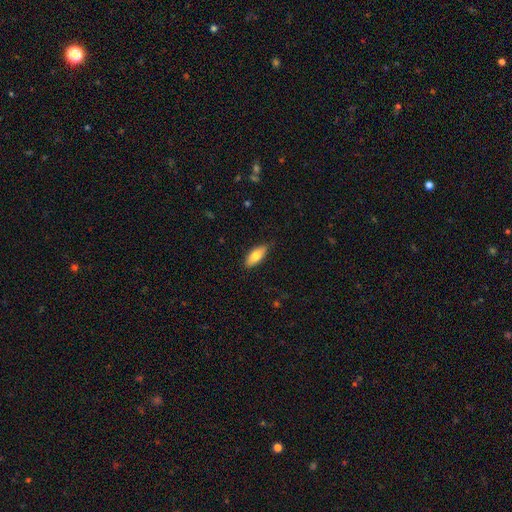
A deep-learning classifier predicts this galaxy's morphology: Smooth or featured? Predicted: smooth (p=0.79). How rounded? Predicted: in between (p=0.81). Merging? Predicted: none (p=0.80).